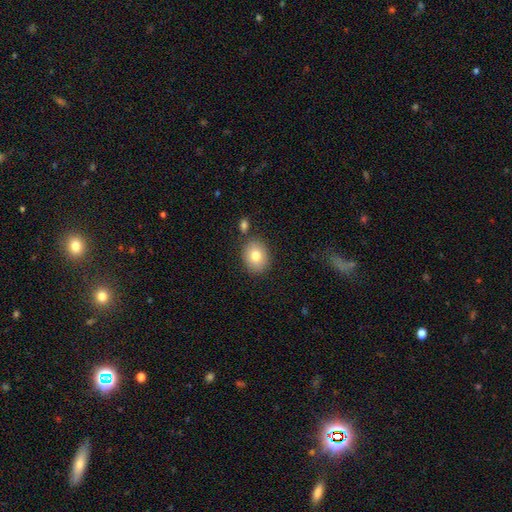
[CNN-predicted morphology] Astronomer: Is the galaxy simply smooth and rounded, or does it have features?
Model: smooth — 80%.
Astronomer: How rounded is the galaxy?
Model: round — 52% (runner-up: in between, 47%).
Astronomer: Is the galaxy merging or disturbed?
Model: none — 80%.